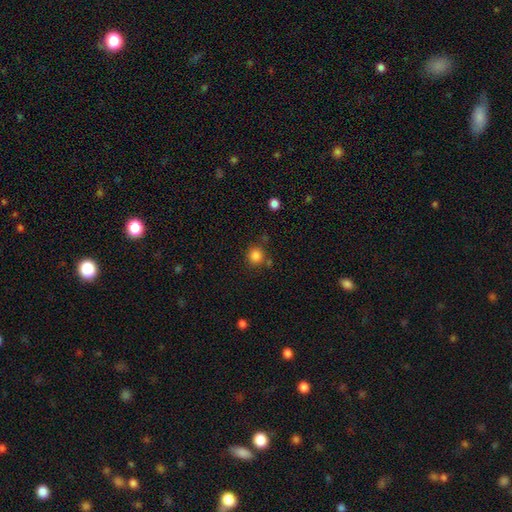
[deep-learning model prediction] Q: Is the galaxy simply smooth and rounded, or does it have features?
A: smooth — 85%.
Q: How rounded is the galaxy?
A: round — 89%.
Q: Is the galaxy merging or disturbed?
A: none — 80%.